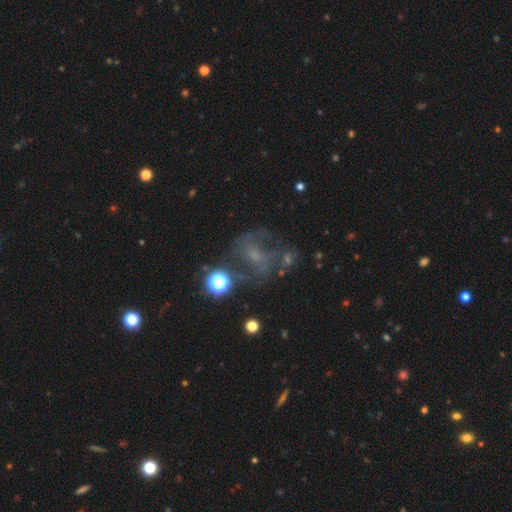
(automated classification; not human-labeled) This is likely a featured or disk galaxy (60%). It is clearly not viewed edge-on (97%). Bar: possibly no (51%). Spiral arm pattern: likely yes (72%). Central bulge: possibly small (51%). Merging: possibly none (50%).